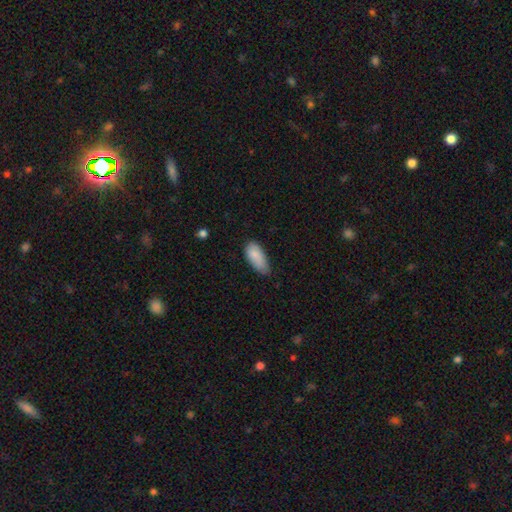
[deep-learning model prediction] Morphology: type=smooth (86%); roundness=in between (88%); merging=none (49%).